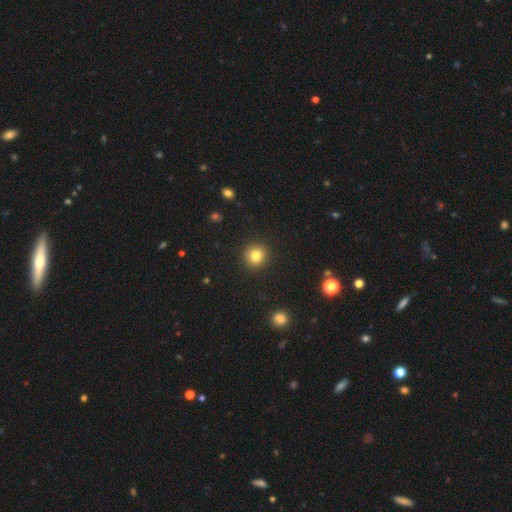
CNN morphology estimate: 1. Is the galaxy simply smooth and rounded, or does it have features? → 82% smooth, 11% star or artifact, 7% featured or disk.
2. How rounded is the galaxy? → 92% round, 7% in between, 1% cigar-shaped.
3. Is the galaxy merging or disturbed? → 91% none, 6% minor disturbance, 2% major disturbance, 1% merger.